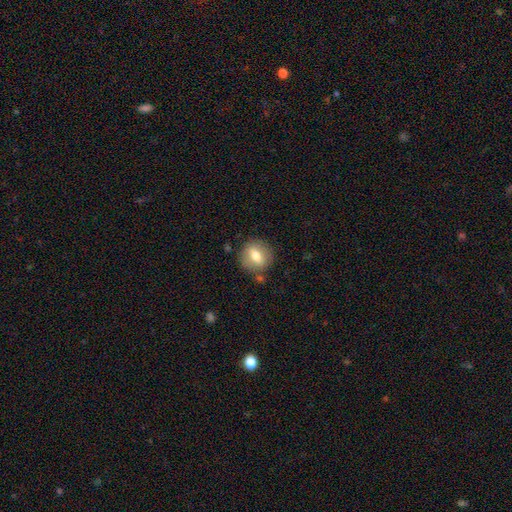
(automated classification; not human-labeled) Smooth or featured? Predicted: smooth (p=0.67). How rounded? Predicted: round (p=0.74). Merging? Predicted: none (p=0.81).